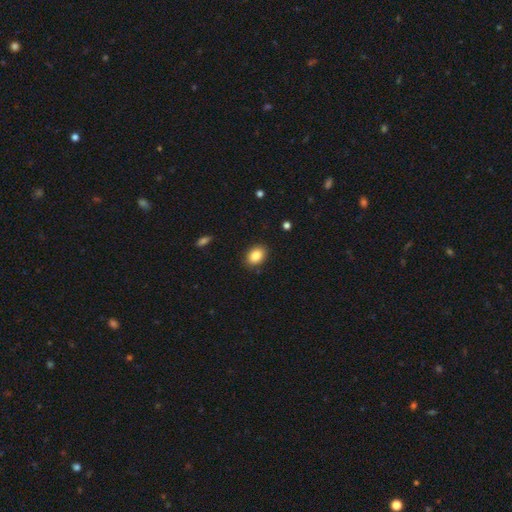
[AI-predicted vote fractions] Overall: smooth (87%). How rounded: in between (76%). Merging: none (88%).